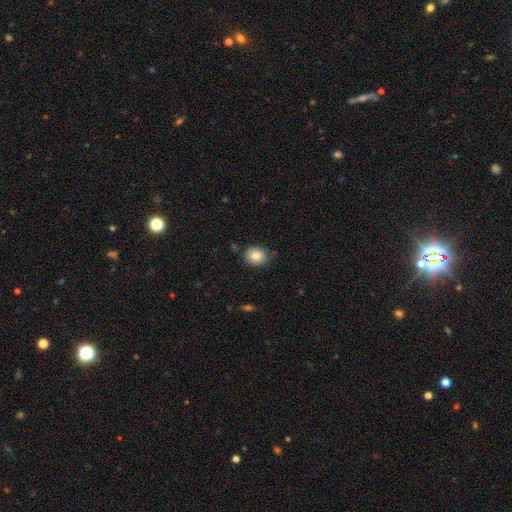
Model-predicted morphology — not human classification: Smooth or featured: smooth — 84% (star or artifact — 9%)
How rounded: round — 63% (in between — 36%)
Merging: none — 82% (minor disturbance — 14%)